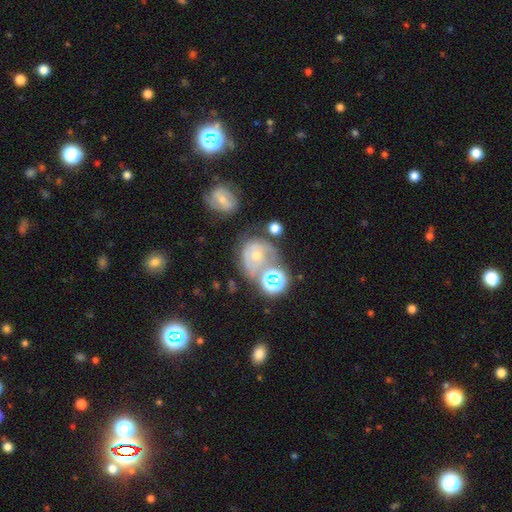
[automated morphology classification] This is possibly a featured or disk galaxy (54%). It is clearly not viewed edge-on (97%). Bar: likely no (76%). Spiral arm pattern: likely yes (67%). Central bulge: possibly moderate (46%). Merging: marginally none (36%).